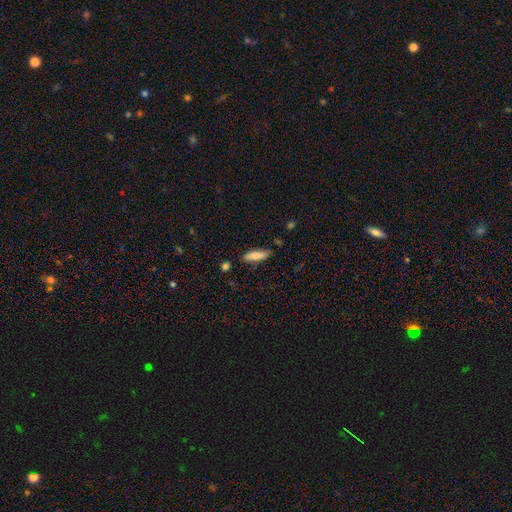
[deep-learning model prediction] Overall: smooth (82%). How rounded: cigar-shaped (58%; in between 40%). Merging: none (79%).